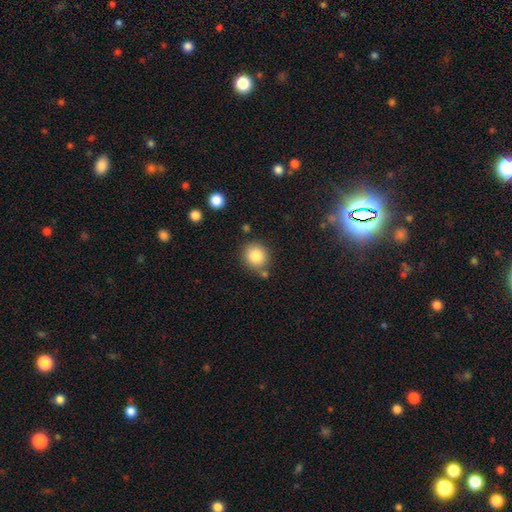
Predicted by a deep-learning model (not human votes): Q: Smooth or featured?
A: smooth (84%); runner-up: star or artifact (9%)
Q: How rounded?
A: round (87%); runner-up: in between (12%)
Q: Merging?
A: none (75%); runner-up: minor disturbance (12%)